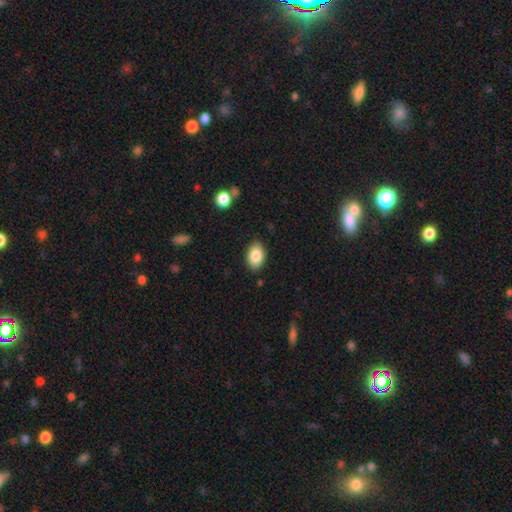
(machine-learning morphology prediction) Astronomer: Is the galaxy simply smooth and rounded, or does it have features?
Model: smooth — 84%.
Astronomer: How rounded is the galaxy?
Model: in between — 87%.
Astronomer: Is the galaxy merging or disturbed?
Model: none — 87%.